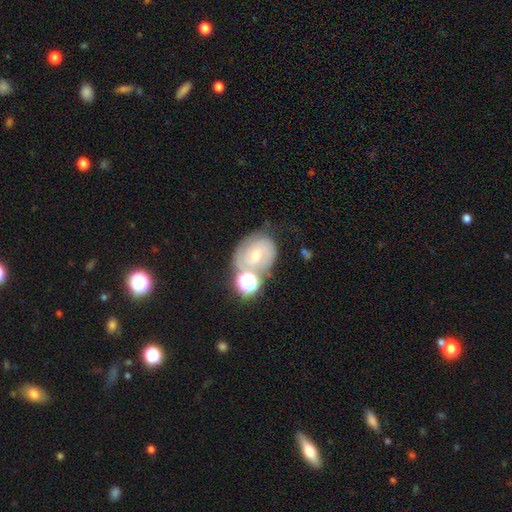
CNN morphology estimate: This is possibly a featured or disk galaxy (57%). It is clearly not viewed edge-on (97%). Bar: possibly no (48%). Spiral arm pattern: clearly yes (84%). Central bulge: possibly small (47%). Merging: possibly none (49%).